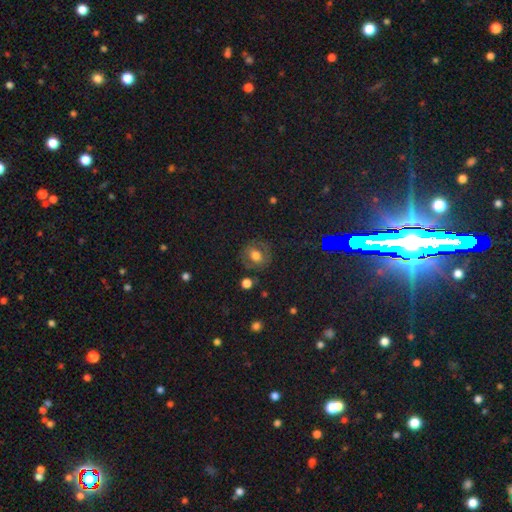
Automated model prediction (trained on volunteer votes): This is possibly a smooth galaxy (55%). How rounded: likely round (64%). Merging: likely none (75%).